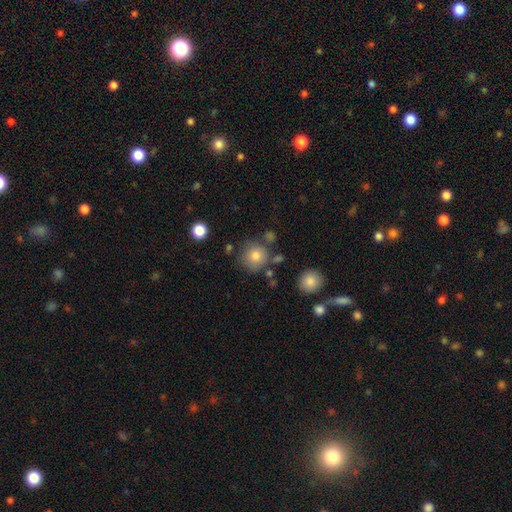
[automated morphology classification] A smooth galaxy with no disk features (80%) that is round (90%). Merging: none (70%).